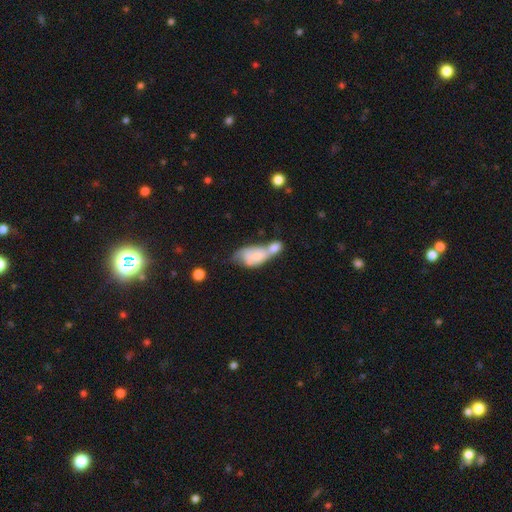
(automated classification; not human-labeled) Smooth or featured? Predicted: smooth (p=0.65). How rounded? Predicted: in between (p=0.87). Merging? Predicted: merger (p=0.69).